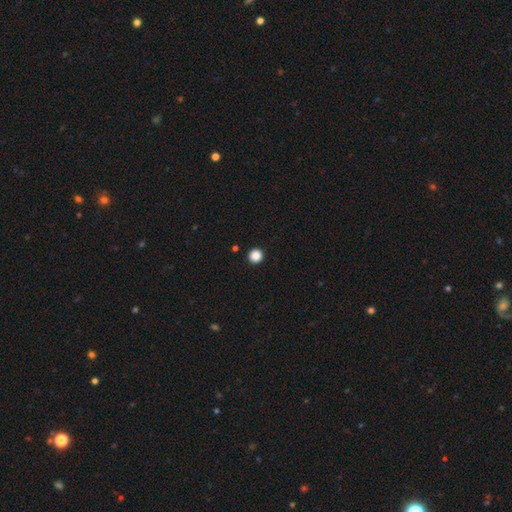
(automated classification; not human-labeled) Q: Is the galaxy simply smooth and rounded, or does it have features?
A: smooth — 87%.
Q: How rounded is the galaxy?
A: round — 95%.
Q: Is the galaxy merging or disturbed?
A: none — 94%.